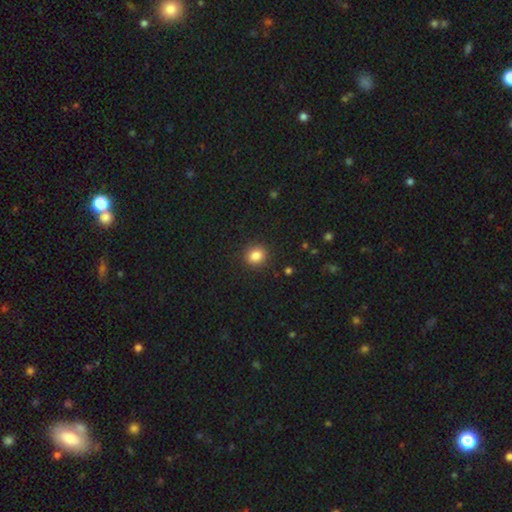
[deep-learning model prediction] Morphology: type=smooth (85%); roundness=round (71%); merging=none (88%).